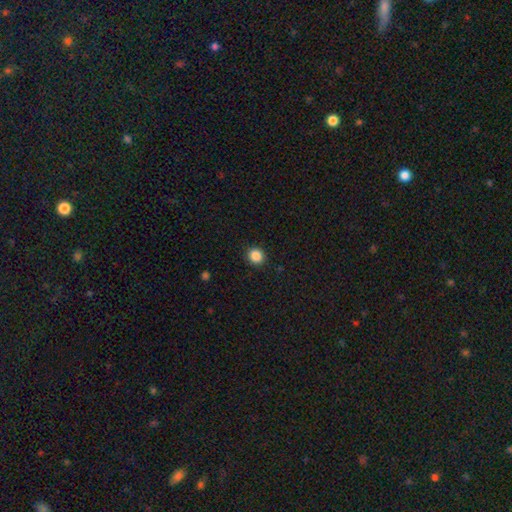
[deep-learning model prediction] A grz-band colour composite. It shows a smooth galaxy with no disk features (87%) that is round (88%). Merging: none (92%).